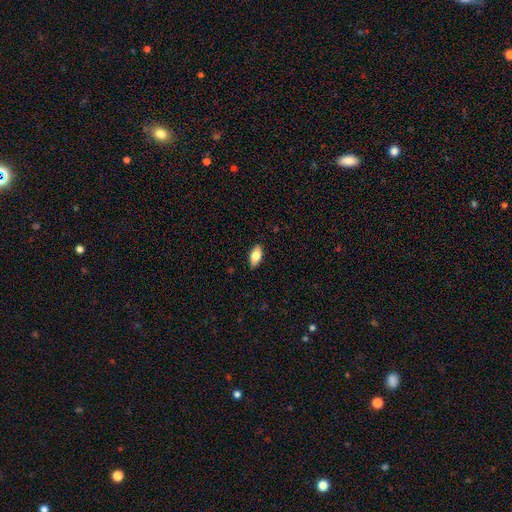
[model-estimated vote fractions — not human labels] This appears to be a smooth galaxy with no disk features (78%) that is in between round and cigar-shaped (90%). Merging: none (88%).